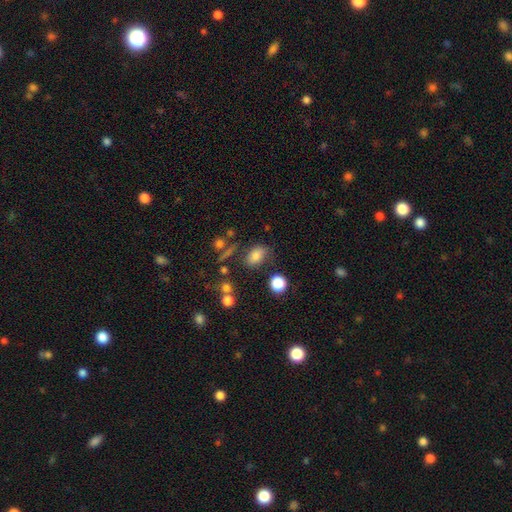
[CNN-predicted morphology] smooth-or-featured: smooth: 79% | star or artifact: 12% | featured or disk: 9%
  how-rounded: in between: 79% | round: 19% | cigar-shaped: 2%
  merging: none: 71% | minor disturbance: 17% | merger: 6% | major disturbance: 6%